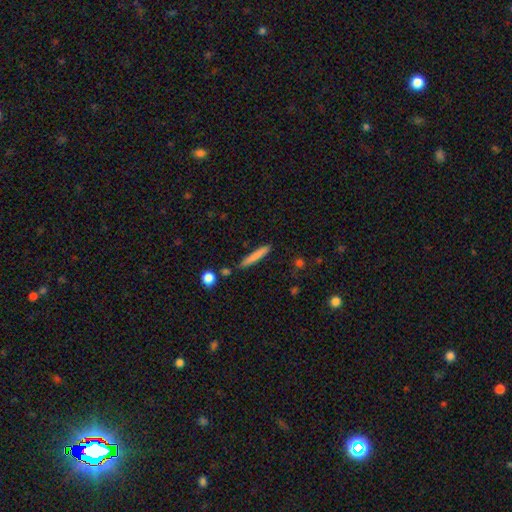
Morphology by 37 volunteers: This is clearly a smooth galaxy (84%). How rounded: clearly cigar-shaped (94%). Merging: clearly none (83%).